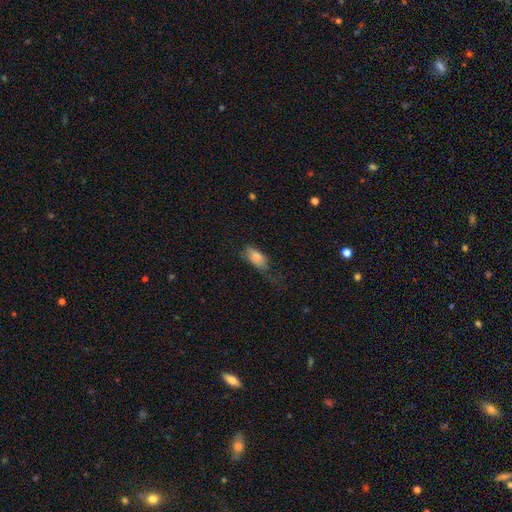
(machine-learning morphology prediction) A smooth galaxy with no disk features (74%) that is in between round and cigar-shaped (85%).

Vote fractions:
- Smooth or featured? smooth: 74% / featured or disk: 17% / star or artifact: 9%
- How rounded? in between: 85% / cigar-shaped: 11% / round: 4%
- Merging? none: 36% / minor disturbance: 32% / major disturbance: 29% / merger: 2%